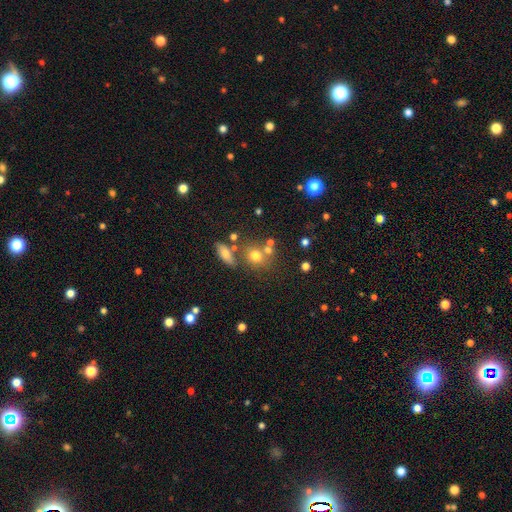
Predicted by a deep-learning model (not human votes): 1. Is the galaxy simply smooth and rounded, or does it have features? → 69% smooth, 16% star or artifact, 15% featured or disk.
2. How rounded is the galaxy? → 71% round, 26% in between, 2% cigar-shaped.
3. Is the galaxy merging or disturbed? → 58% none, 24% merger, 12% minor disturbance, 5% major disturbance.